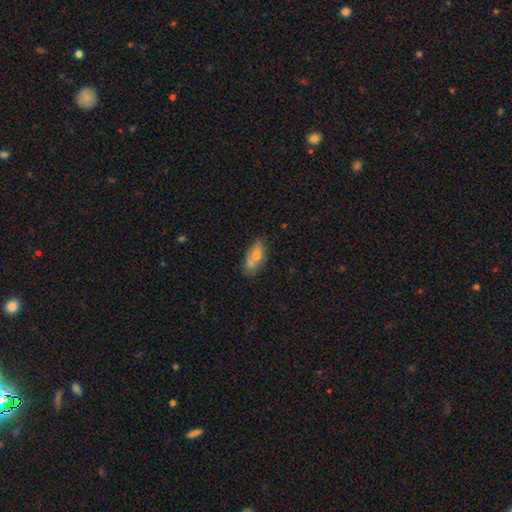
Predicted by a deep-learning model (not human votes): Morphology: type=smooth (66%); roundness=in between (84%); merging=none (46%).